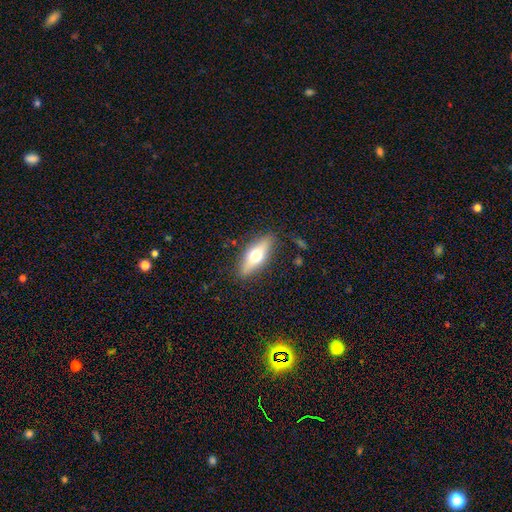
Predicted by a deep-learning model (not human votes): A smooth galaxy with no disk features (57%) that is in between round and cigar-shaped (59%). Merging: none (85%).